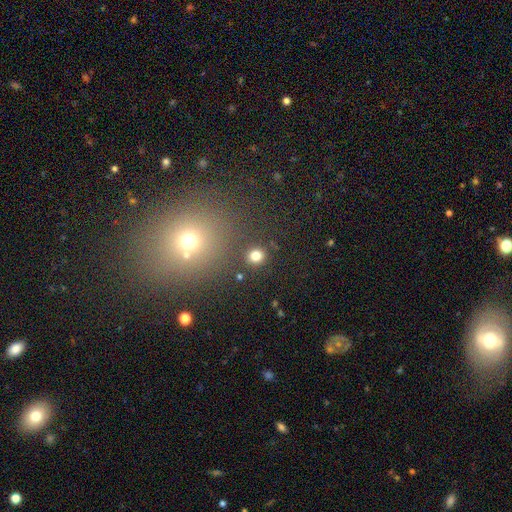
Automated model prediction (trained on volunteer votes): Smooth or featured? Predicted: smooth (p=0.79). How rounded? Predicted: round (p=0.84). Merging? Predicted: none (p=0.87).